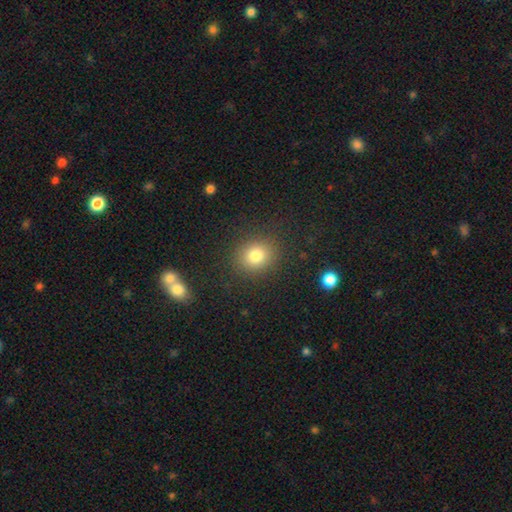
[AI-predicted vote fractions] Q: Smooth or featured?
A: smooth (80%); runner-up: star or artifact (13%)
Q: How rounded?
A: round (72%); runner-up: in between (27%)
Q: Merging?
A: none (88%); runner-up: minor disturbance (8%)